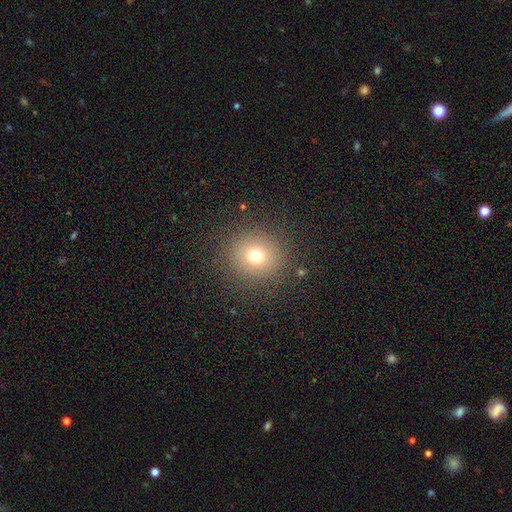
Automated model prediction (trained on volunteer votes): This is likely a smooth galaxy (72%). How rounded: clearly round (88%). Merging: clearly none (87%).